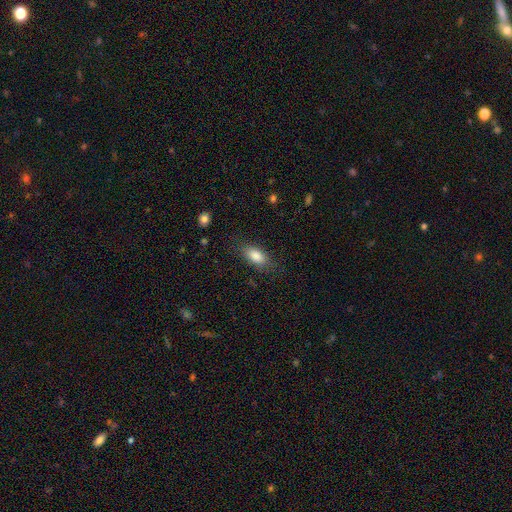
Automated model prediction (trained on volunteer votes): Smooth or featured? smooth (85%)
How rounded? in between (85%)
Merging? none (79%)